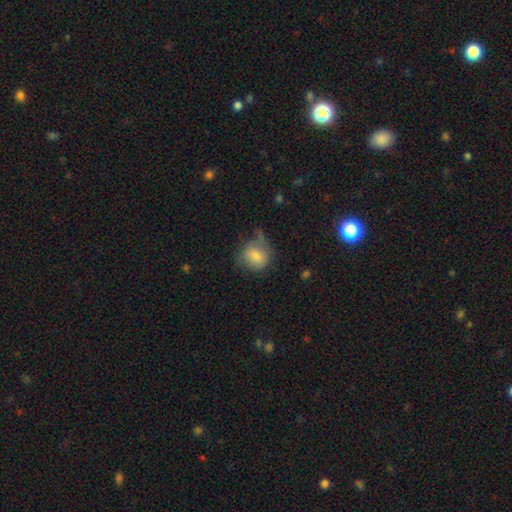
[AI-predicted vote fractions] Smooth or featured? smooth (74%)
How rounded? round (72%)
Merging? none (47%)